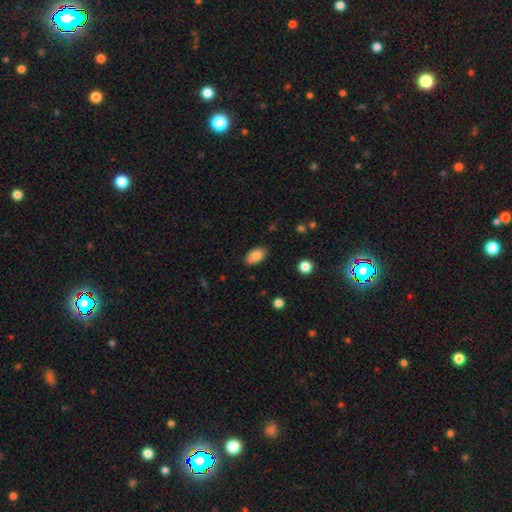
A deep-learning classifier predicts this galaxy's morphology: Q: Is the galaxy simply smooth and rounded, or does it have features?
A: smooth — 84%.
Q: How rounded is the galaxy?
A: in between — 92%.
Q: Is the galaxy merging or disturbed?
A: none — 84%.